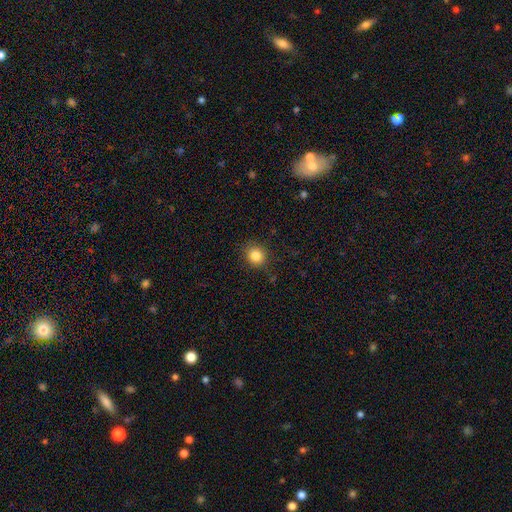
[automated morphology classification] Smooth or featured?
  - smooth: 84% *
  - star or artifact: 10%
  - featured or disk: 5%
How rounded?
  - round: 82% *
  - in between: 17%
  - cigar-shaped: 1%
Merging?
  - none: 85% *
  - minor disturbance: 10%
  - major disturbance: 3%
  - merger: 1%